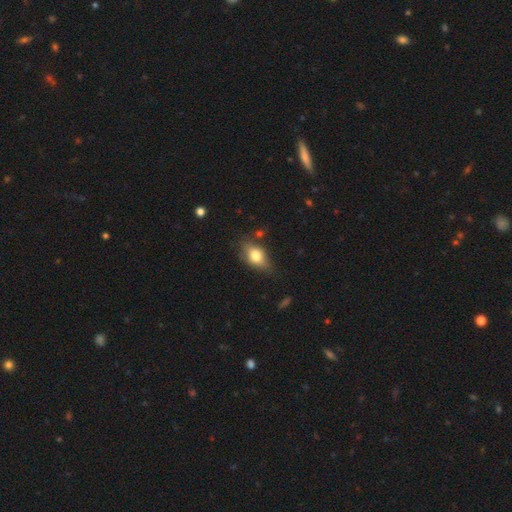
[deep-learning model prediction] Smooth or featured? Predicted: smooth (p=0.73). How rounded? Predicted: in between (p=0.80). Merging? Predicted: none (p=0.66).